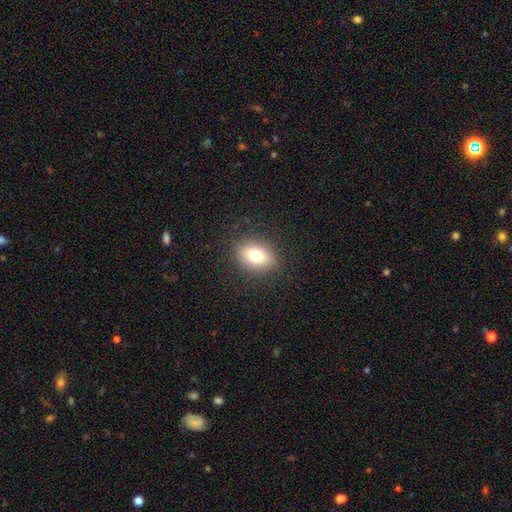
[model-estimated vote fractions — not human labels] Morphology: type=smooth (76%); roundness=in between (64%); merging=none (87%).